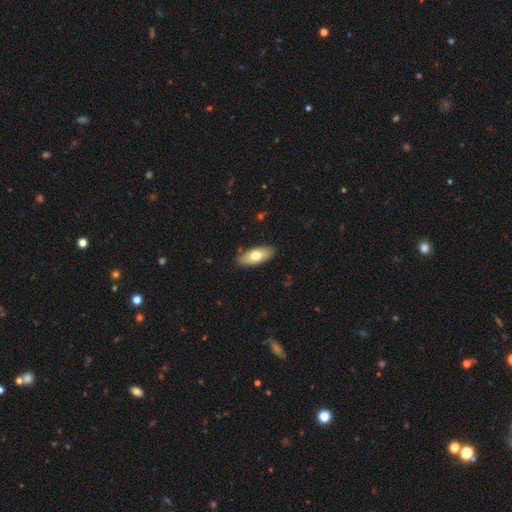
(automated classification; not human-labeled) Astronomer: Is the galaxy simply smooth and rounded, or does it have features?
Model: smooth — 70%.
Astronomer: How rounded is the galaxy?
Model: in between — 86%.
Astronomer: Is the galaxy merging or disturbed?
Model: none — 87%.